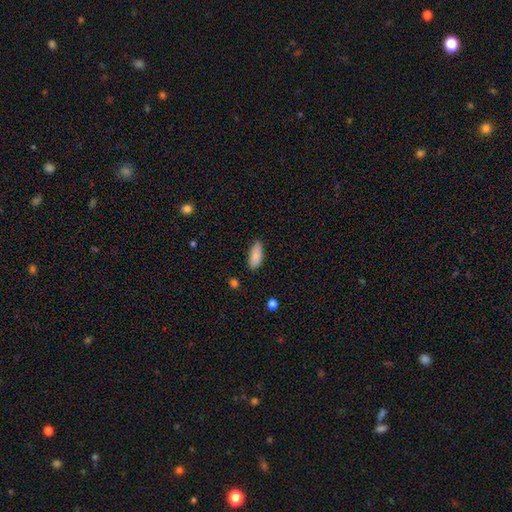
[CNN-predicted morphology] A smooth galaxy with no disk features (88%) that is in between round and cigar-shaped (82%). Merging: none (86%).